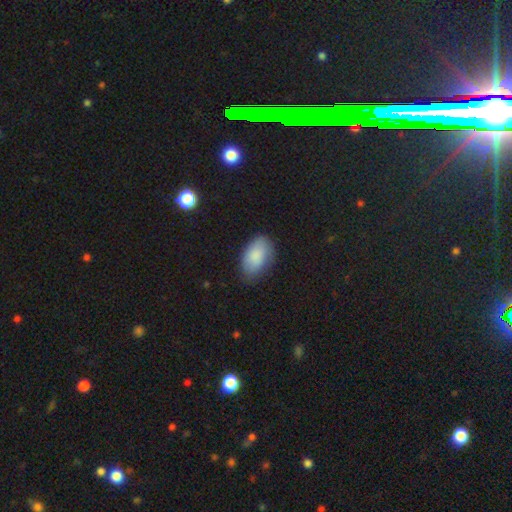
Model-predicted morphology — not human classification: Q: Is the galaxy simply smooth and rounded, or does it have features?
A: smooth — 86%.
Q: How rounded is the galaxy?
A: in between — 93%.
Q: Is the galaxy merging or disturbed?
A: none — 75%.